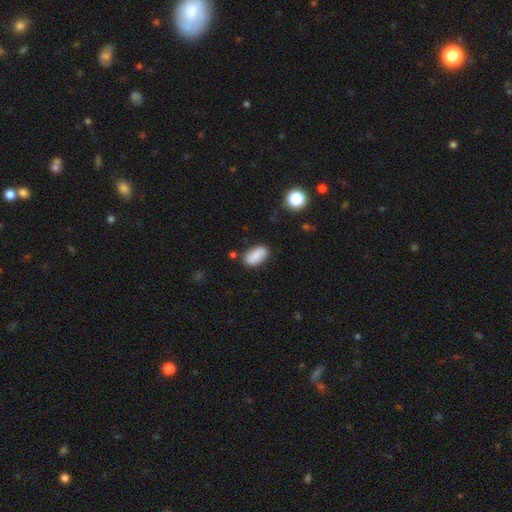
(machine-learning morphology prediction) The model was most divided on "merging": none: 79%, minor disturbance: 14%, merger: 4%, major disturbance: 3%. More confident: how rounded — in between (92%); smooth or featured — smooth (80%).